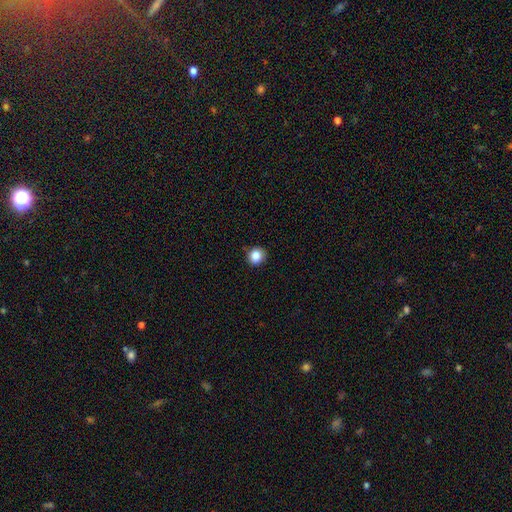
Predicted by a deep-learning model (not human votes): Smooth or featured? smooth (86%)
How rounded? round (81%)
Merging? none (88%)